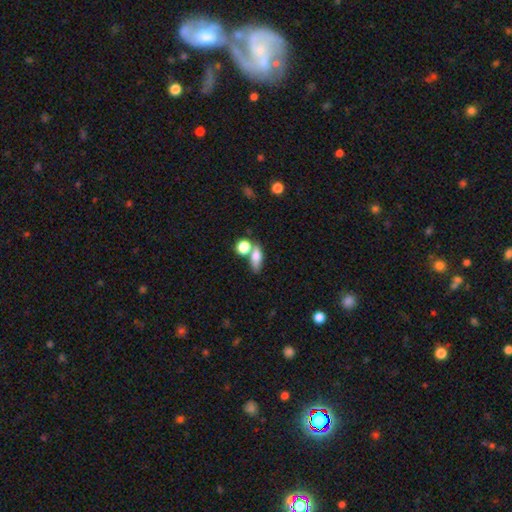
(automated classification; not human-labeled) Overall: smooth (76%). How rounded: in between (68%). Merging: none (47%; merger 34%).